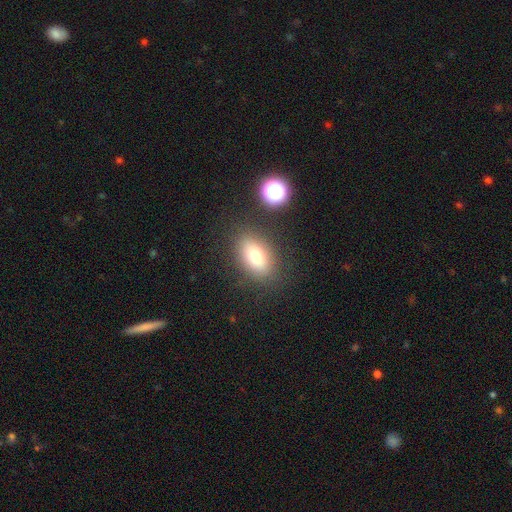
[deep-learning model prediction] Smooth or featured? smooth (74%)
How rounded? in between (82%)
Merging? none (82%)